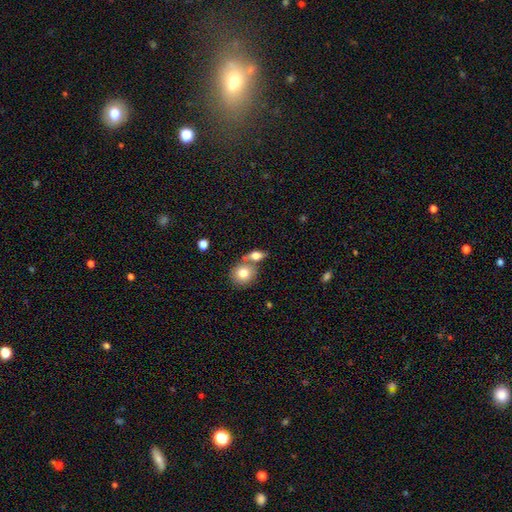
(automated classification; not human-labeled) Smooth or featured? Predicted: smooth (p=0.74). How rounded? Predicted: in between (p=0.59). Merging? Predicted: none (p=0.43, tied with merger).